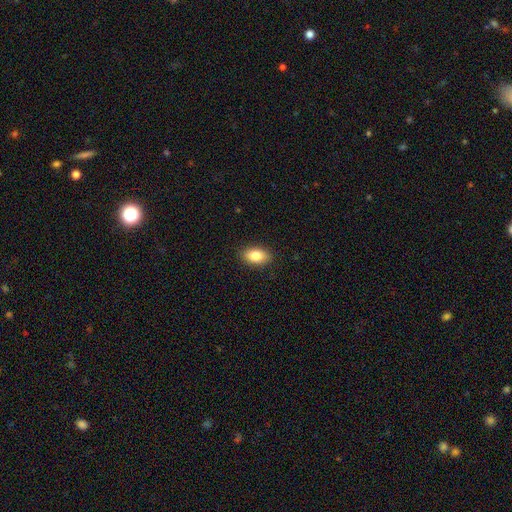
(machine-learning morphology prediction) This is clearly a smooth galaxy (83%). How rounded: clearly in between (90%). Merging: clearly none (89%).